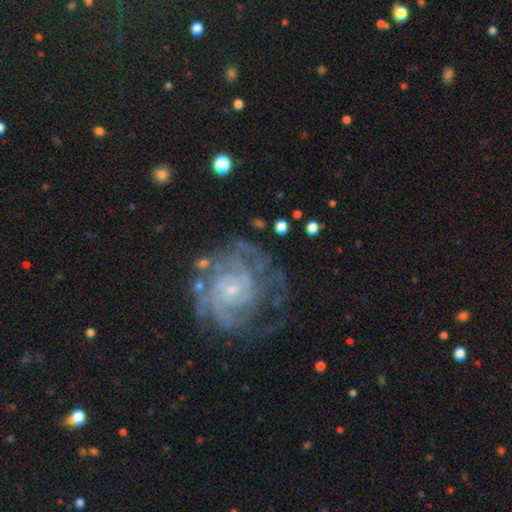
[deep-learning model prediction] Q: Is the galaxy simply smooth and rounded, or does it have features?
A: featured or disk — 81%.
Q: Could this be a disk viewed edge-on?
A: no — 97%.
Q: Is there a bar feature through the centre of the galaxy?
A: no — 72%.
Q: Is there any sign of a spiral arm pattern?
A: yes — 94%.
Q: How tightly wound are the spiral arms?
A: tight — 67%.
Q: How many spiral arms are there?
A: can't tell — 36%.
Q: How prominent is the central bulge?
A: small — 76%.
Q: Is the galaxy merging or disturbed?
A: none — 69%.